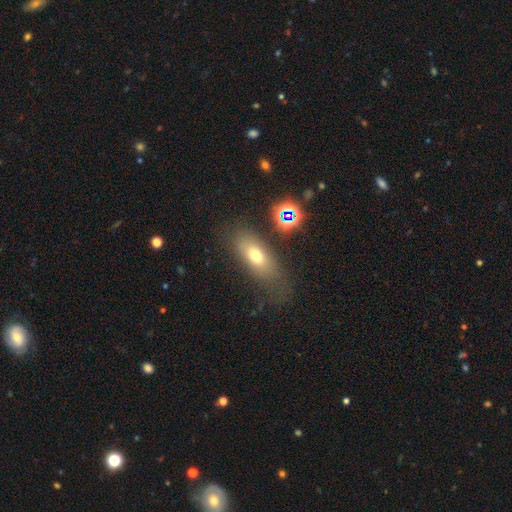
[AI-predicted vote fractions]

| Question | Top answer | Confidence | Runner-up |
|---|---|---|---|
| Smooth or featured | smooth | 65% | featured or disk (21%) |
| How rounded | in between | 79% | cigar-shaped (13%) |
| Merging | none | 59% | minor disturbance (21%) |